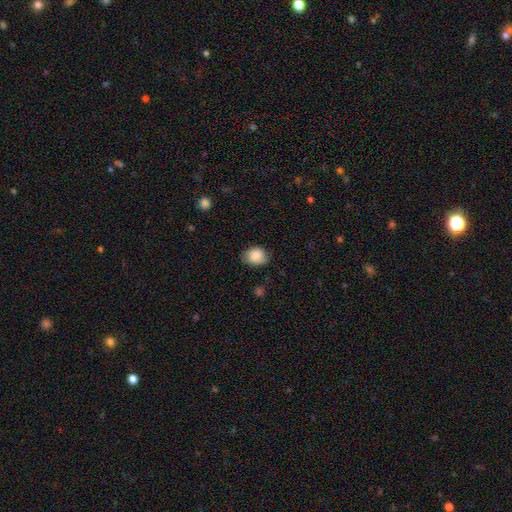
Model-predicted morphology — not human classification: Smooth or featured? Predicted: smooth (p=0.82). How rounded? Predicted: in between (p=0.61). Merging? Predicted: none (p=0.67).